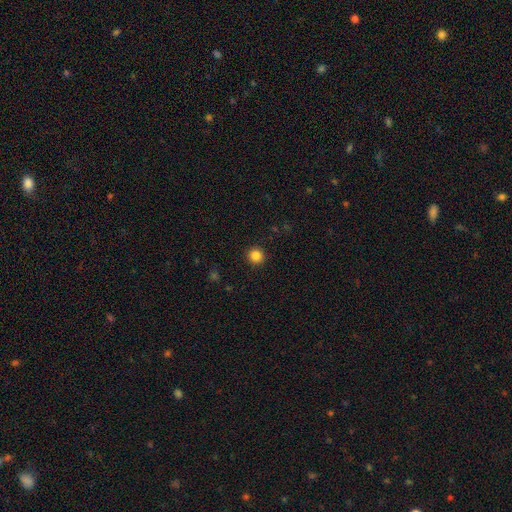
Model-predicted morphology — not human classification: type=smooth (85%); roundness=round (95%); merging=none (93%).